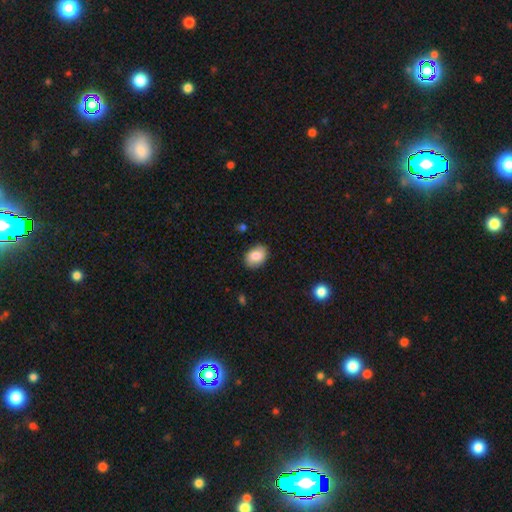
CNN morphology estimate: Q: Smooth or featured?
A: smooth (78%); runner-up: featured or disk (14%)
Q: How rounded?
A: in between (72%); runner-up: round (27%)
Q: Merging?
A: none (83%); runner-up: minor disturbance (13%)